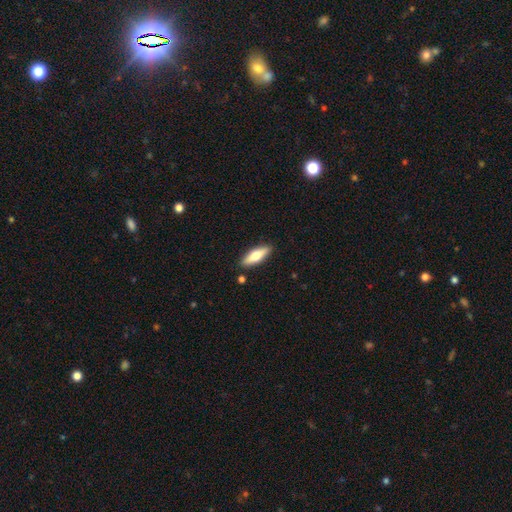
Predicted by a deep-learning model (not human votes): smooth-or-featured: smooth: 60% | featured or disk: 34% | star or artifact: 6%
  how-rounded: in between: 49% (tied) | cigar-shaped: 49% (tied) | round: 2%
  merging: none: 87% | minor disturbance: 9% | merger: 2% | major disturbance: 2%